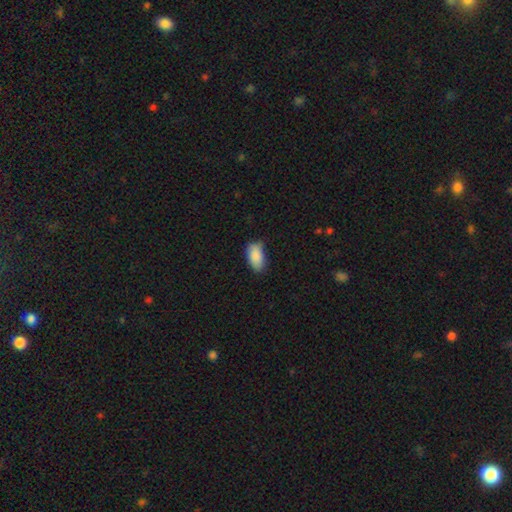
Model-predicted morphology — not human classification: Smooth or featured? smooth (88%)
How rounded? in between (94%)
Merging? none (66%)